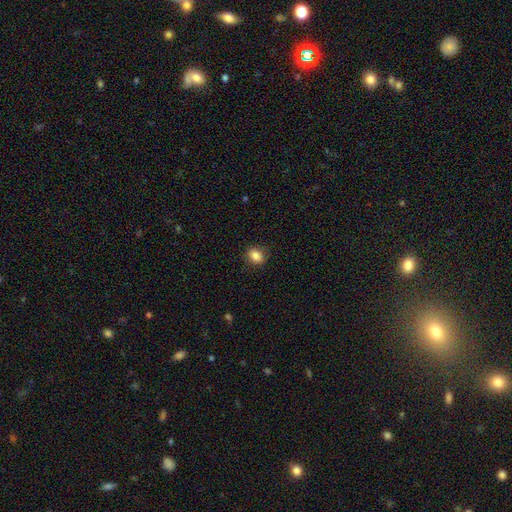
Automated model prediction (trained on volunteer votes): Smooth or featured?
  - smooth: 84% *
  - star or artifact: 9%
  - featured or disk: 6%
How rounded?
  - in between: 57% *
  - round: 42%
  - cigar-shaped: 1%
Merging?
  - none: 85% *
  - minor disturbance: 11%
  - major disturbance: 3%
  - merger: 1%